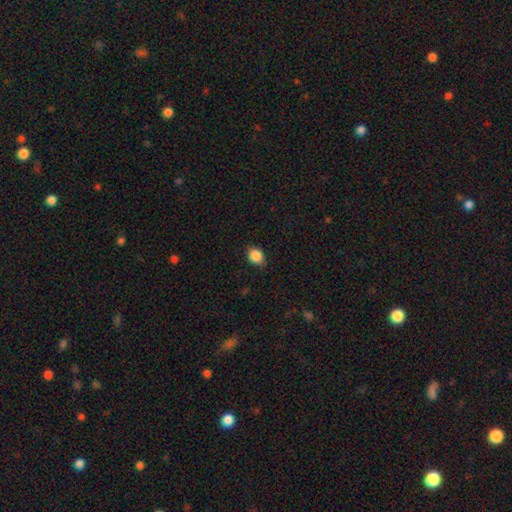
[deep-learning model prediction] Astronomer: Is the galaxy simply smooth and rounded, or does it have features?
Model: smooth — 87%.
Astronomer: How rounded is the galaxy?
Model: round — 52% (runner-up: in between, 46%).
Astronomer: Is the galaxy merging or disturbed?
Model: none — 82%.